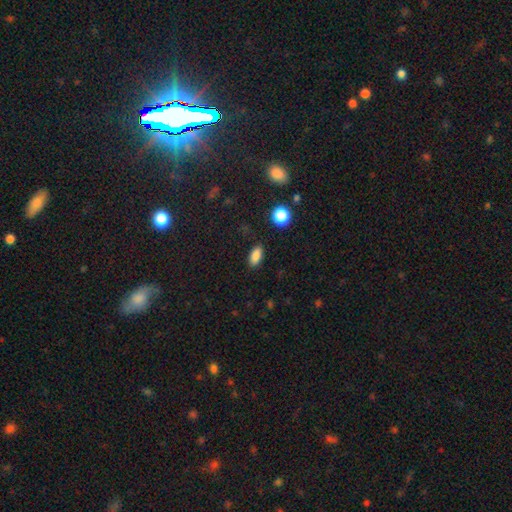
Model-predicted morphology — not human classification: A smooth galaxy with no disk features (86%) that is in between round and cigar-shaped (87%).

Vote fractions:
- Smooth or featured? smooth: 86% / star or artifact: 10% / featured or disk: 4%
- How rounded? in between: 87% / cigar-shaped: 8% / round: 5%
- Merging? none: 87% / minor disturbance: 9% / major disturbance: 2% / merger: 1%